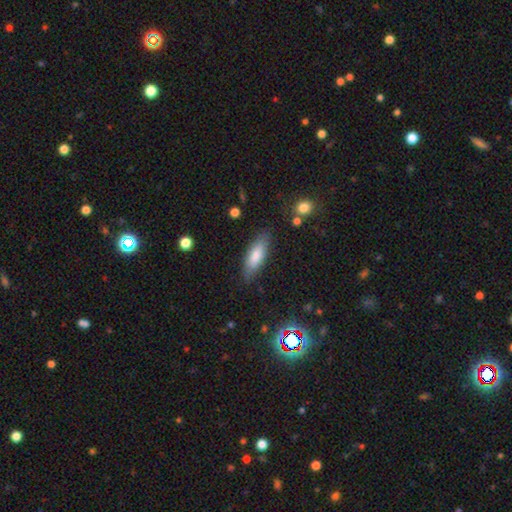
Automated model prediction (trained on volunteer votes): smooth_or_featured: smooth (p=0.73) [alt: featured or disk p=0.19]
how_rounded: in between (p=0.58) [alt: cigar-shaped p=0.40]
merging: none (p=0.82) [alt: minor disturbance p=0.13]